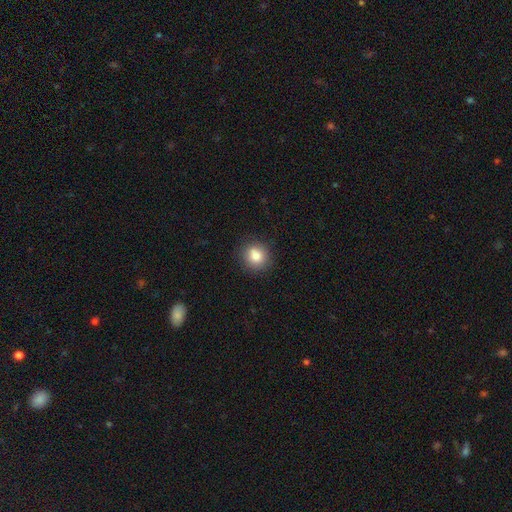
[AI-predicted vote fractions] Smooth or featured? smooth (81%)
How rounded? round (86%)
Merging? none (79%)